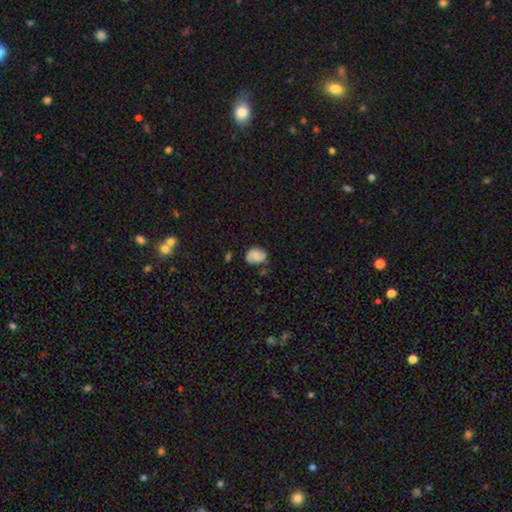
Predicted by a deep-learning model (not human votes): The model was most divided on "smooth or featured": smooth: 49%, featured or disk: 41%, star or artifact: 11%. More confident: merging — none (61%).